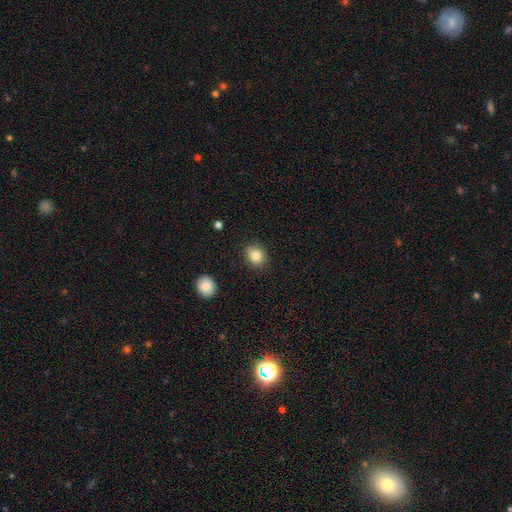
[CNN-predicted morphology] Q: Smooth or featured?
A: smooth (83%); runner-up: star or artifact (10%)
Q: How rounded?
A: round (65%); runner-up: in between (34%)
Q: Merging?
A: none (87%); runner-up: minor disturbance (9%)